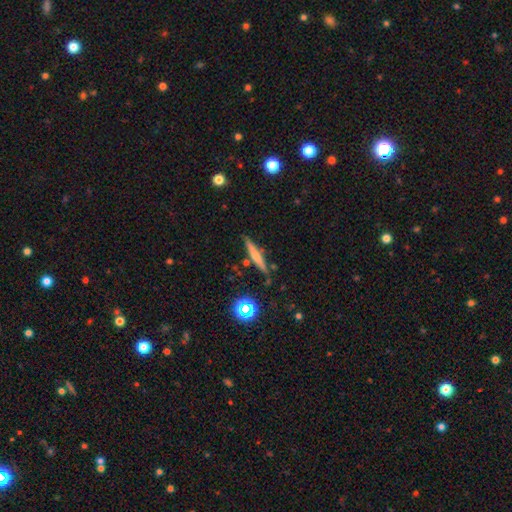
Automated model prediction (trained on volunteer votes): This appears to be a smooth galaxy with no disk features (48%). Merging: none (82%).